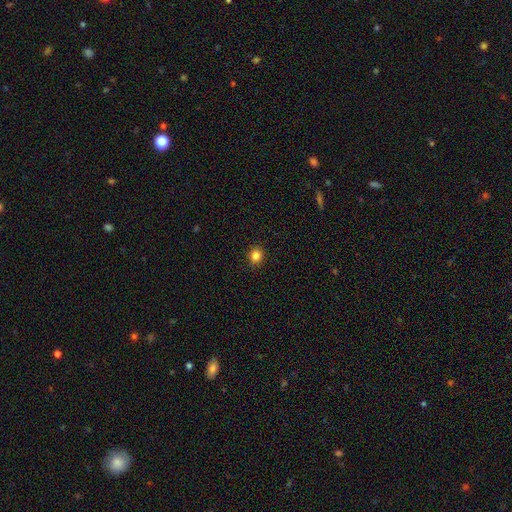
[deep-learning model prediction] The model was most divided on "how rounded": round: 76%, in between: 23%, cigar-shaped: 1%. More confident: merging — none (91%); smooth or featured — smooth (84%).